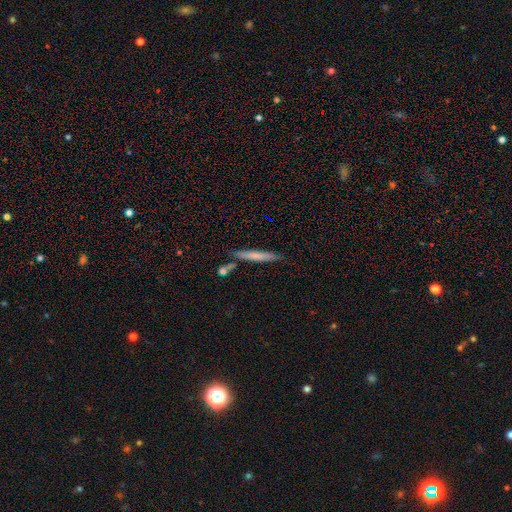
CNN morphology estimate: Overall: smooth (61%; featured or disk 33%). How rounded: cigar-shaped (95%). Merging: none (78%).